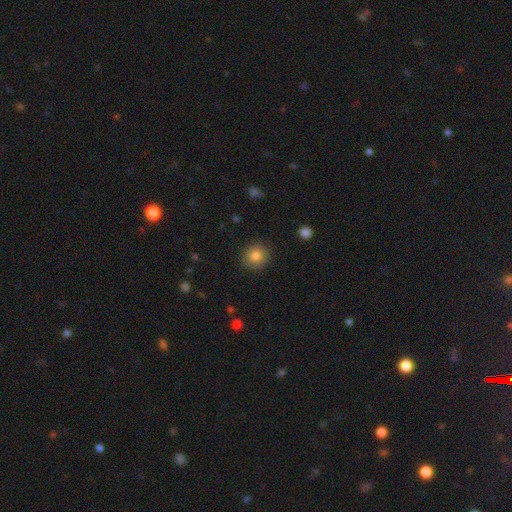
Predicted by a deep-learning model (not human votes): Q: Smooth or featured?
A: smooth (83%); runner-up: star or artifact (10%)
Q: How rounded?
A: round (88%); runner-up: in between (11%)
Q: Merging?
A: none (88%); runner-up: minor disturbance (9%)